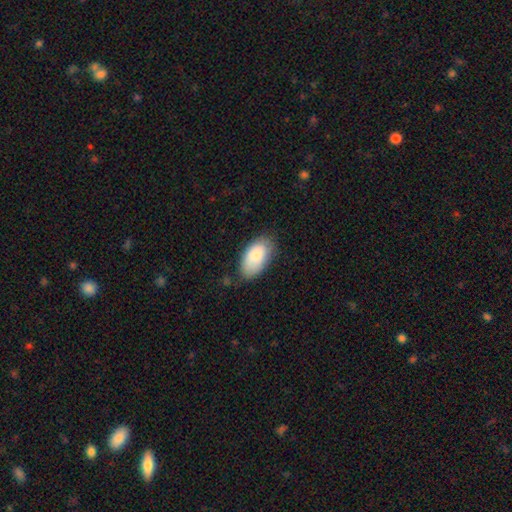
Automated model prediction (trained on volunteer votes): smooth-or-featured: smooth: 83% | featured or disk: 11% | star or artifact: 7%
  how-rounded: in between: 95% | round: 3% | cigar-shaped: 2%
  merging: none: 71% | minor disturbance: 22% | major disturbance: 5% | merger: 2%